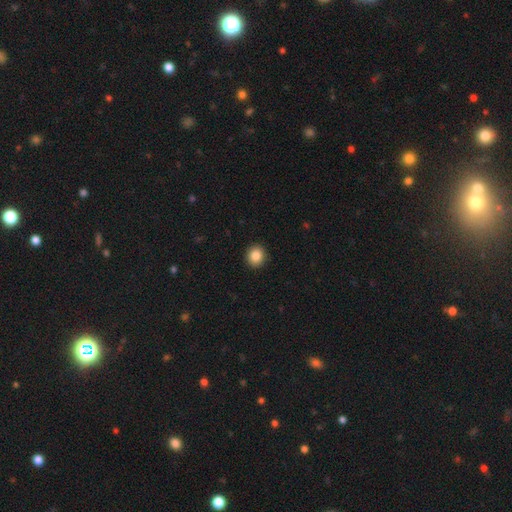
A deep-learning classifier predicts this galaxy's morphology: smooth 86%, star or artifact 9%, featured or disk 5%. Down the decision tree: how rounded — round (85%); merging — none (92%).